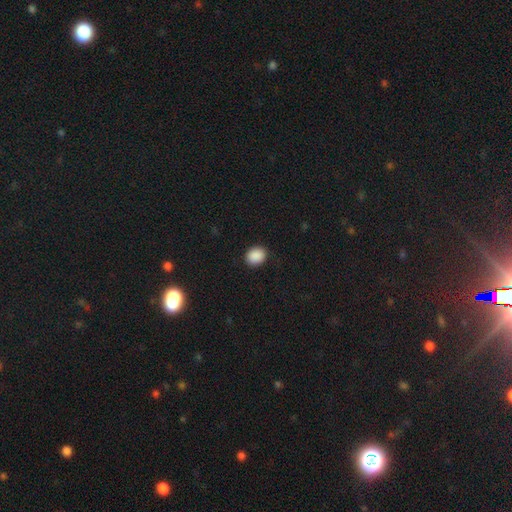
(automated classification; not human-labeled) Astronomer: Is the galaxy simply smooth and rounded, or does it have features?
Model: smooth — 90%.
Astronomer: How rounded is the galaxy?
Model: round — 51% (runner-up: in between, 48%).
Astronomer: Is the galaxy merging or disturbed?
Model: none — 90%.